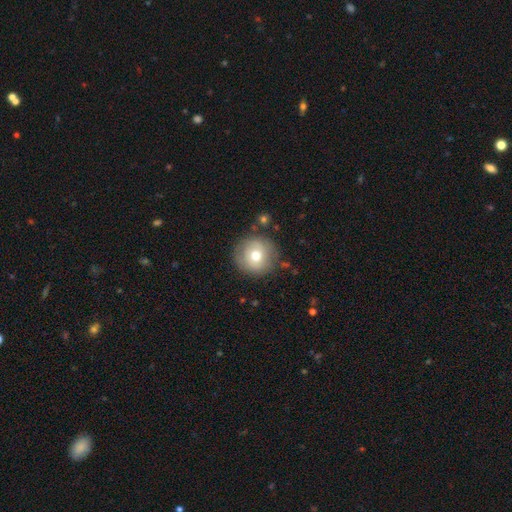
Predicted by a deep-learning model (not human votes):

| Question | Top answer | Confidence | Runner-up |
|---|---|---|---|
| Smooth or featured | smooth | 66% | featured or disk (25%) |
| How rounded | round | 94% | in between (5%) |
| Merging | none | 82% | minor disturbance (12%) |